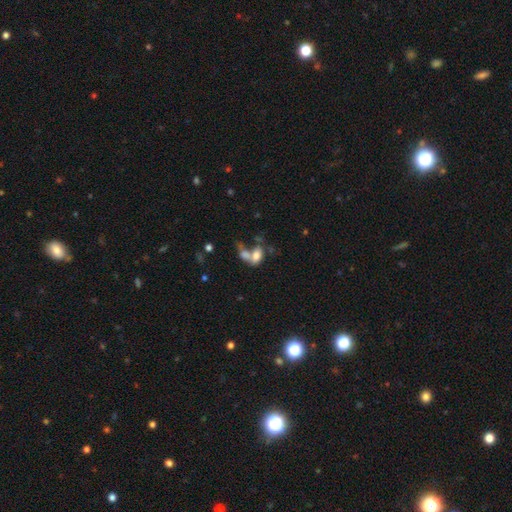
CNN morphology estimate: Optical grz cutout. It shows a smooth galaxy with no disk features (69%) that is in between round and cigar-shaped (87%). Merging: merger (57%).